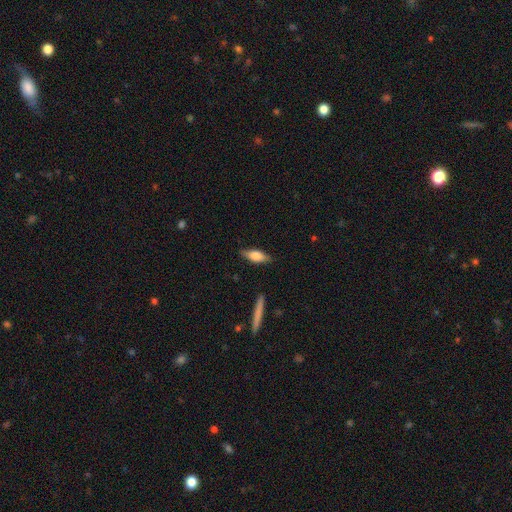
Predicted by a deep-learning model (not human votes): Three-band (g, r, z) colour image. It shows a smooth galaxy with no disk features (63%) that is in between round and cigar-shaped (61%). Merging: none (85%).